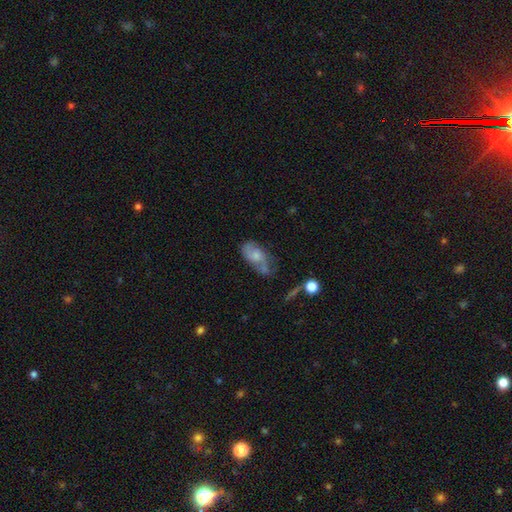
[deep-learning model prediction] A smooth galaxy with no disk features (47%).

Vote fractions:
- Smooth or featured? smooth: 47% / featured or disk: 45% / star or artifact: 9%
- Merging? none: 43% / minor disturbance: 29% / merger: 15% / major disturbance: 14%